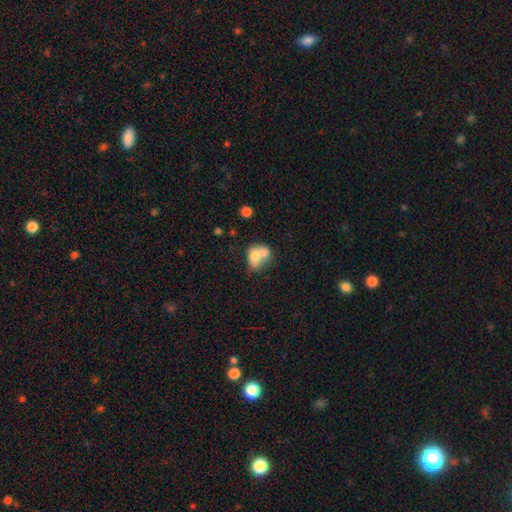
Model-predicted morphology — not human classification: This appears to be a smooth galaxy with no disk features (68%) that is in between round and cigar-shaped (60%). Merging: merger (67%).